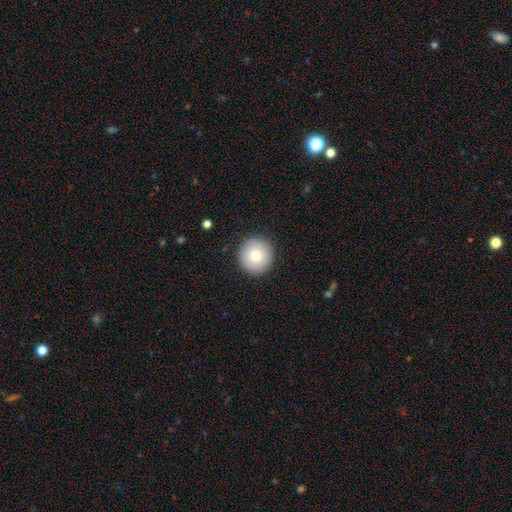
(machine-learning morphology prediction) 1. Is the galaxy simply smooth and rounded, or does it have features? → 80% smooth, 12% featured or disk, 8% star or artifact.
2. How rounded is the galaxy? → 95% round, 5% in between, 1% cigar-shaped.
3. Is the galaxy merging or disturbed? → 91% none, 7% minor disturbance, 2% major disturbance, 1% merger.